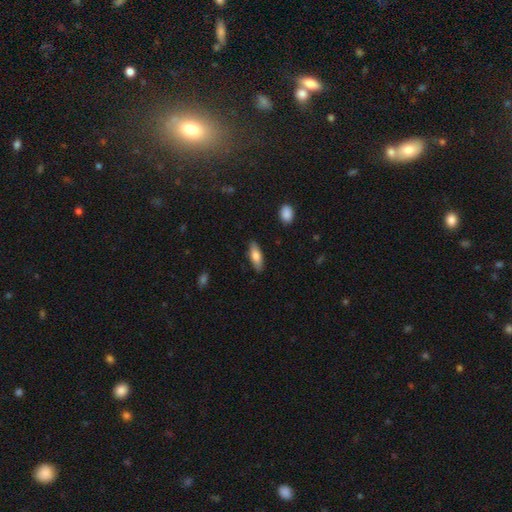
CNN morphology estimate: This is likely a smooth galaxy (76%). How rounded: likely in between (64%). Merging: clearly none (86%).